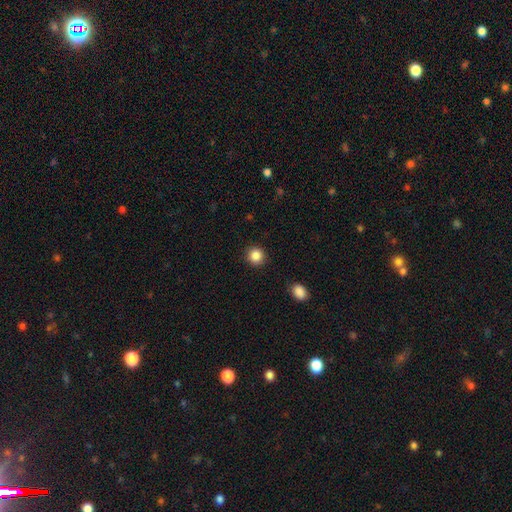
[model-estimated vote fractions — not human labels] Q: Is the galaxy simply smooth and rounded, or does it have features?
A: smooth — 86%.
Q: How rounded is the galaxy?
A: round — 92%.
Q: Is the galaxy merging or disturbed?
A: none — 90%.